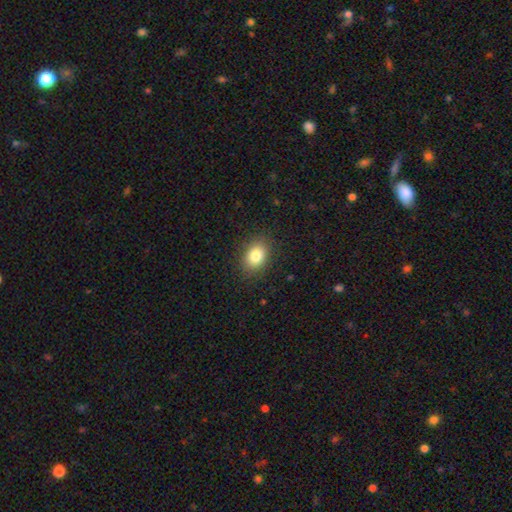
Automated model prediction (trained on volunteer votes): This is clearly a smooth galaxy (82%). How rounded: likely in between (71%). Merging: clearly none (86%).